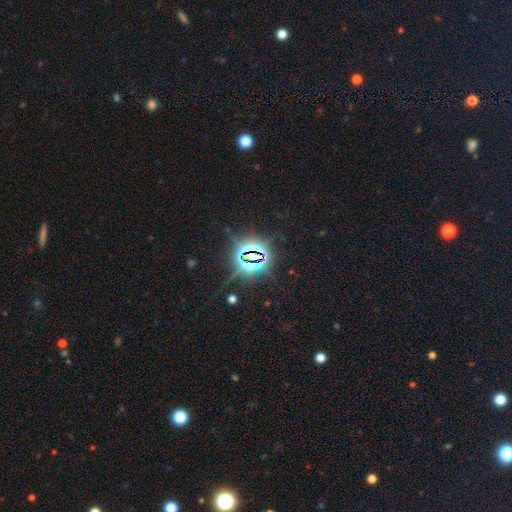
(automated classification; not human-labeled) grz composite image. It shows a star or artifact, not a galaxy (83%).